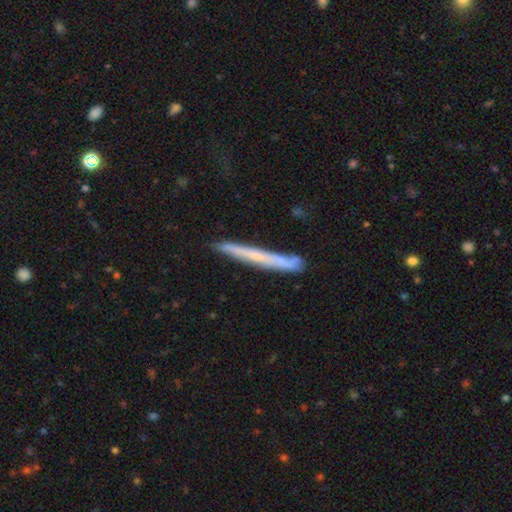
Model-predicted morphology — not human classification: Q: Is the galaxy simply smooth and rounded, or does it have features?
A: featured or disk — 47%.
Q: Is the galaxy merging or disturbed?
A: none — 80%.